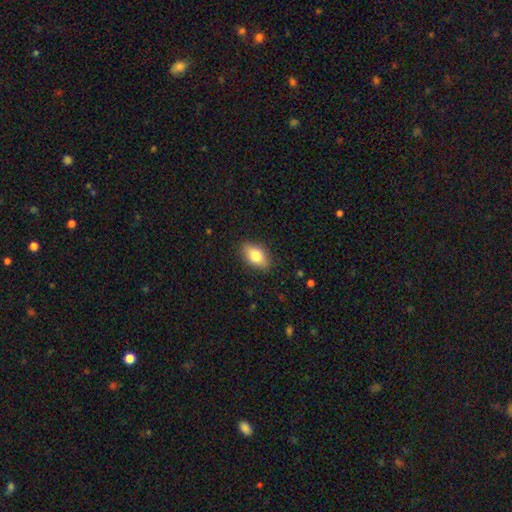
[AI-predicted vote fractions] This appears to be a smooth galaxy with no disk features (78%) that is in between round and cigar-shaped (87%). Merging: none (86%).